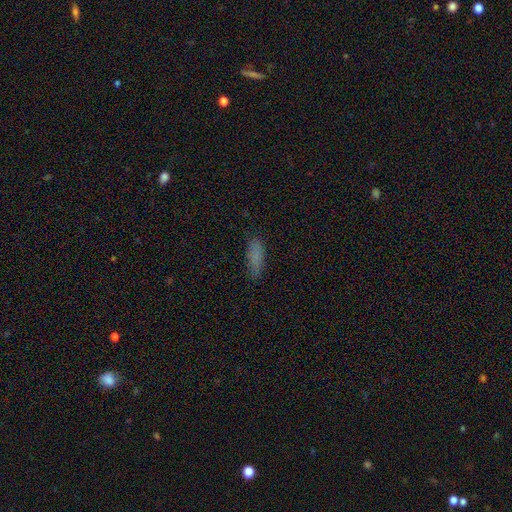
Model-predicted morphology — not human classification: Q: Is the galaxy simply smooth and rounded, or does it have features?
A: smooth — 79%.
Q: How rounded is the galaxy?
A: in between — 50%.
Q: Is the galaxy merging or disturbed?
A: none — 80%.